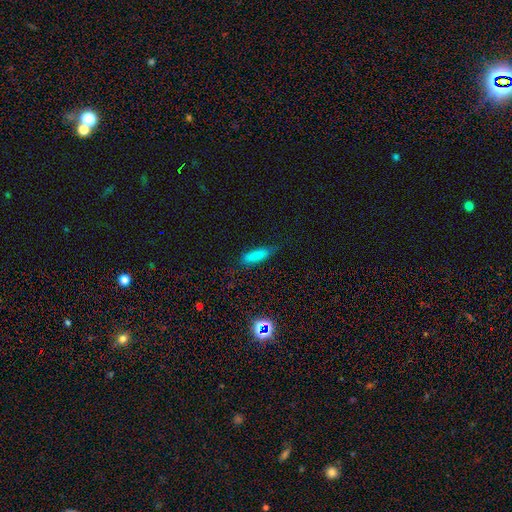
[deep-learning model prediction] Morphology: type=smooth (79%); roundness=cigar-shaped (59%); merging=none (68%).